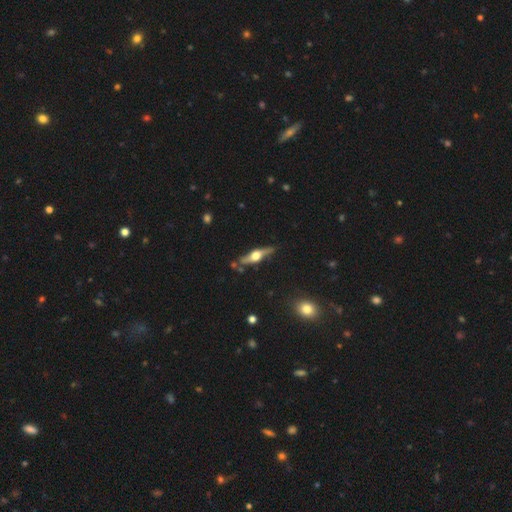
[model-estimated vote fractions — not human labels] Q: Smooth or featured?
A: featured or disk (72%); runner-up: smooth (23%)
Q: Edge-on disk?
A: yes (91%); runner-up: no (9%)
Q: Edge-on bulge?
A: rounded (95%); runner-up: boxy (4%)
Q: Merging?
A: none (78%); runner-up: minor disturbance (14%)